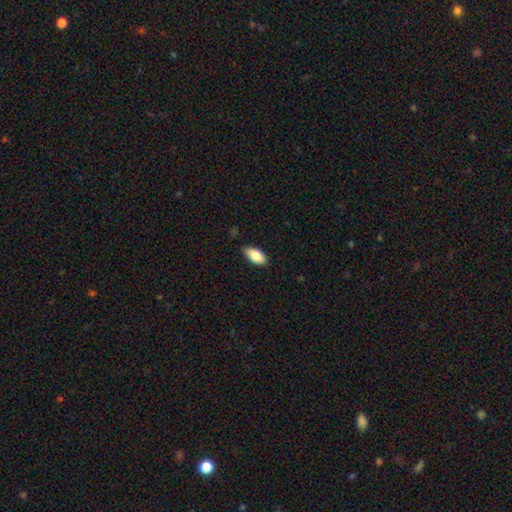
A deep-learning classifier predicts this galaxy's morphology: Overall: smooth (84%). How rounded: in between (91%). Merging: none (85%).